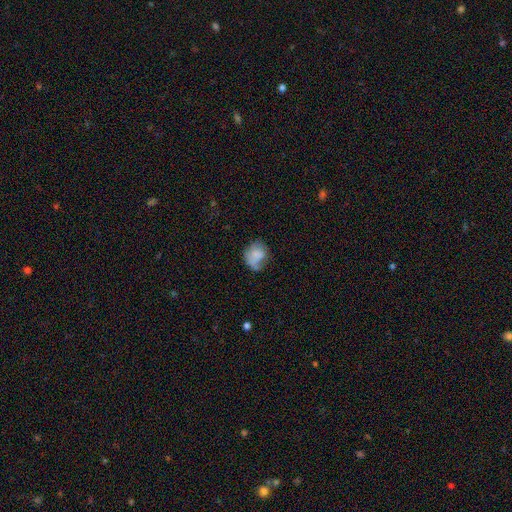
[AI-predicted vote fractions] smooth 72%, featured or disk 19%, star or artifact 9%. Down the decision tree: how rounded — round (53%); merging — none (42%).